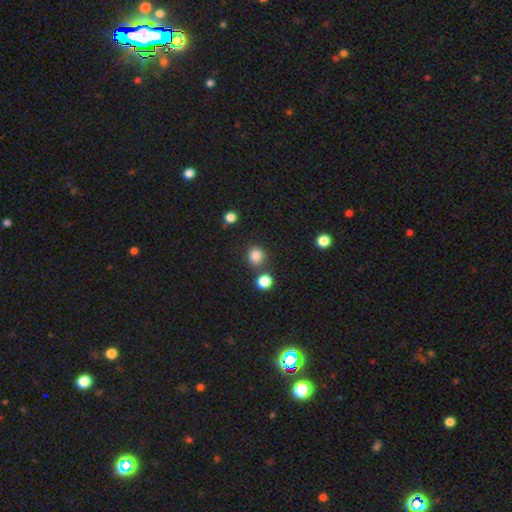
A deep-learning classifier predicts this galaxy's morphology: Smooth or featured?
  - smooth: 83% *
  - star or artifact: 13%
  - featured or disk: 4%
How rounded?
  - round: 85% *
  - in between: 14%
  - cigar-shaped: 1%
Merging?
  - none: 78% *
  - merger: 10%
  - minor disturbance: 9%
  - major disturbance: 3%